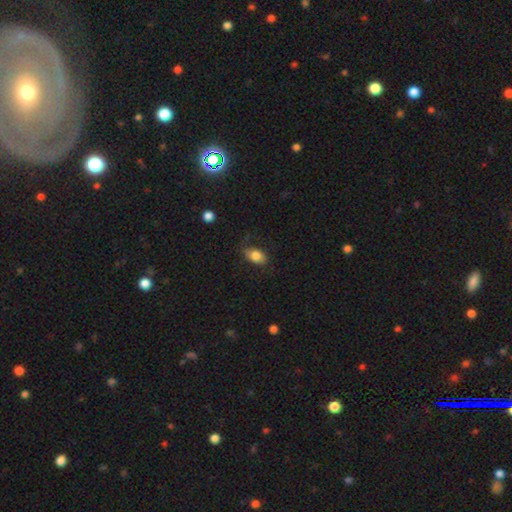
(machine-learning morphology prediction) smooth-or-featured: smooth: 81% | featured or disk: 11% | star or artifact: 8%
  how-rounded: in between: 87% | round: 11% | cigar-shaped: 2%
  merging: none: 74% | minor disturbance: 19% | major disturbance: 6% | merger: 1%